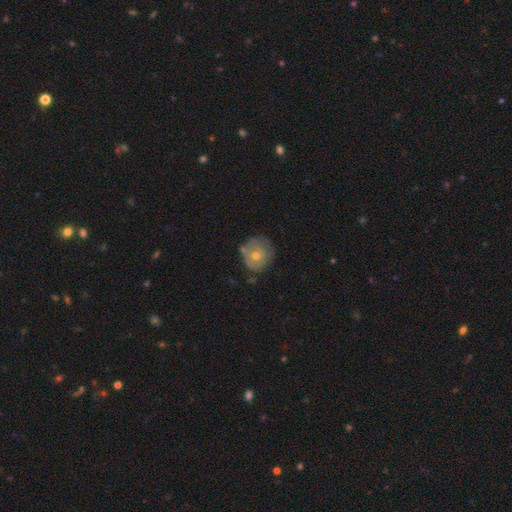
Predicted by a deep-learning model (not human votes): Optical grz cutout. It shows a smooth galaxy with no disk features (46%). Merging: none (61%).